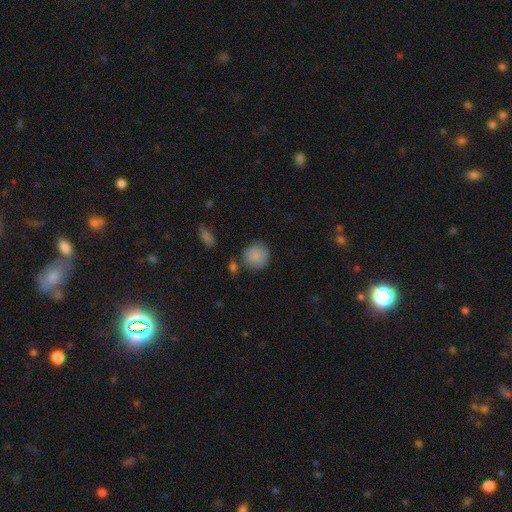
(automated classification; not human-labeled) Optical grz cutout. It shows a smooth galaxy with no disk features (86%) that is round (88%). Merging: none (73%).